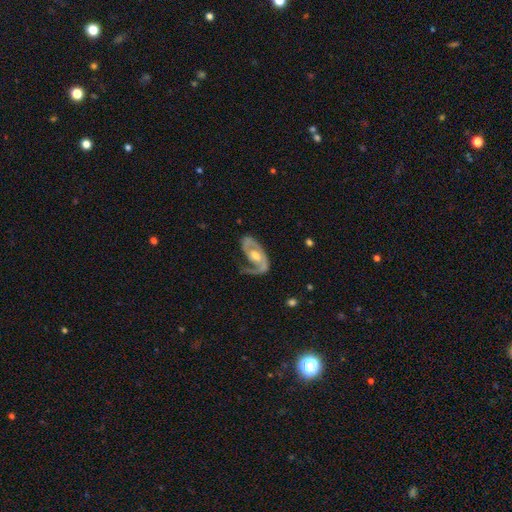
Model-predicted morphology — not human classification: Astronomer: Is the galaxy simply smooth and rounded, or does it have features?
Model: featured or disk — 82%.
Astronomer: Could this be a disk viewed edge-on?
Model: no — 95%.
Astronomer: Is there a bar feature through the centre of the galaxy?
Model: no — 51% (runner-up: weak, 35%).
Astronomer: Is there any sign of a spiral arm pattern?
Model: yes — 90%.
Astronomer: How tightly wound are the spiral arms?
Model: medium — 44% (runner-up: tight, 32%).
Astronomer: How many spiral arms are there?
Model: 2 — 52% (runner-up: 1, 39%).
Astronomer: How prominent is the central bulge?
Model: moderate — 69%.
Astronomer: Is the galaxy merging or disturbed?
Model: none — 48% (runner-up: major disturbance, 26%).